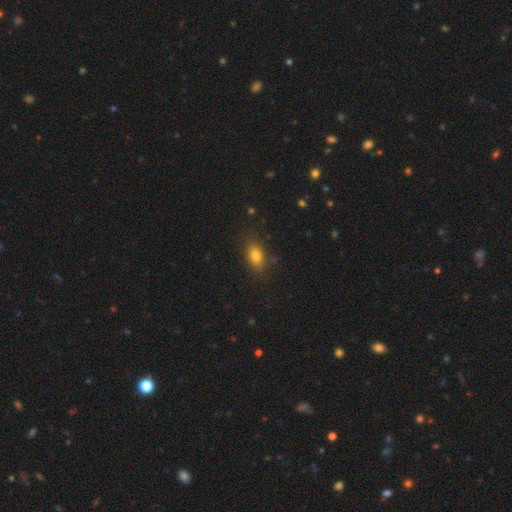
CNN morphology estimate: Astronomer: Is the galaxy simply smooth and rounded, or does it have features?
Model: smooth — 80%.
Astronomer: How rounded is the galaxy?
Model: in between — 81%.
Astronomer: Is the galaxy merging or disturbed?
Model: none — 82%.